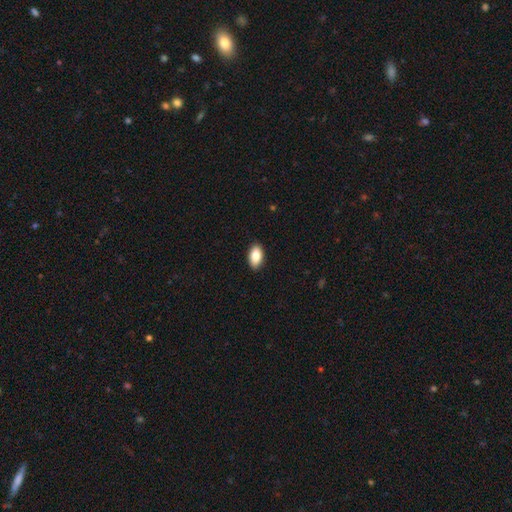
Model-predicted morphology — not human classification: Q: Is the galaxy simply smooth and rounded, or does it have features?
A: smooth — 86%.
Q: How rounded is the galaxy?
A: in between — 93%.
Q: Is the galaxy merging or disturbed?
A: none — 90%.